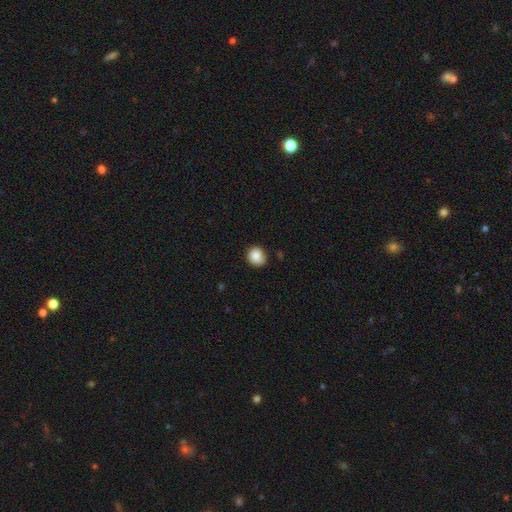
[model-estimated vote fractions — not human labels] The model was most divided on "merging": none: 77%, minor disturbance: 18%, major disturbance: 3%, merger: 2%. More confident: smooth or featured — smooth (84%); how rounded — round (82%).